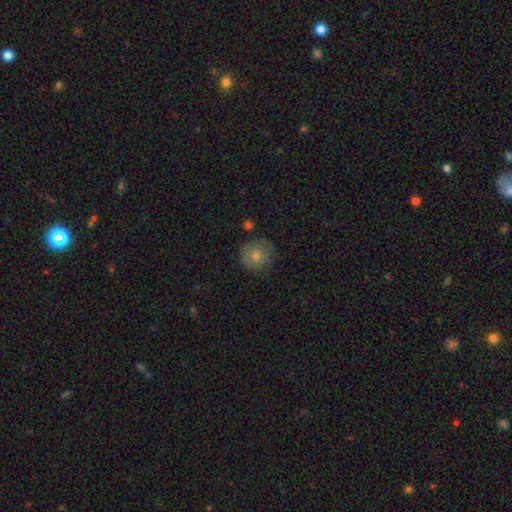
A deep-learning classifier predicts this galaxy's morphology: This is likely a smooth galaxy (74%). How rounded: clearly round (93%). Merging: clearly none (83%).